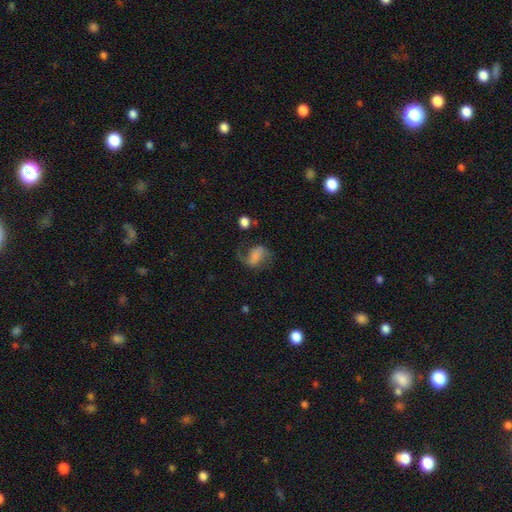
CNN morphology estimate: Q: Smooth or featured?
A: featured or disk (59%); runner-up: smooth (31%)
Q: Edge-on disk?
A: no (98%); runner-up: yes (2%)
Q: Bar?
A: weak (37%); runner-up: no (36%)
Q: Spiral arms?
A: yes (89%); runner-up: no (11%)
Q: Spiral winding?
A: loose (57%); runner-up: medium (34%)
Q: Spiral arm count?
A: 2 (80%); runner-up: 1 (14%)
Q: Bulge size?
A: none (51%); runner-up: small (19%)
Q: Merging?
A: none (52%); runner-up: major disturbance (24%)